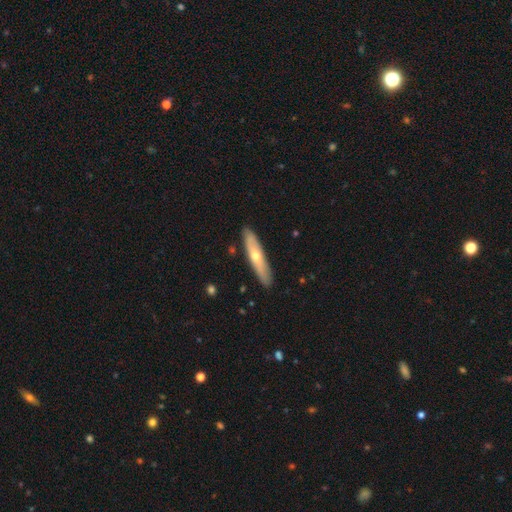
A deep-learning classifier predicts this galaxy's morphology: type=featured or disk (48%); merging=none (88%).